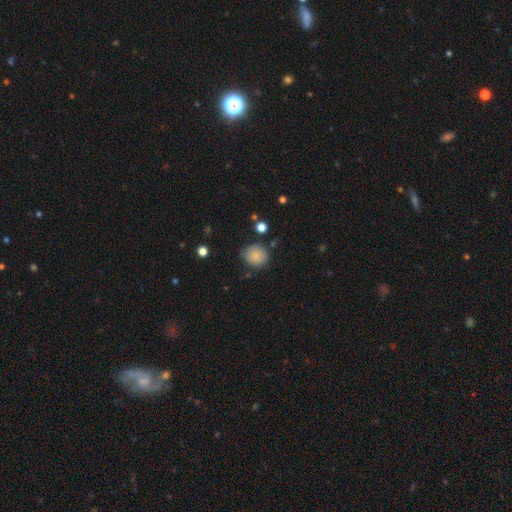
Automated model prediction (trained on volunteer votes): Morphology: type=smooth (84%); roundness=round (80%); merging=none (75%).